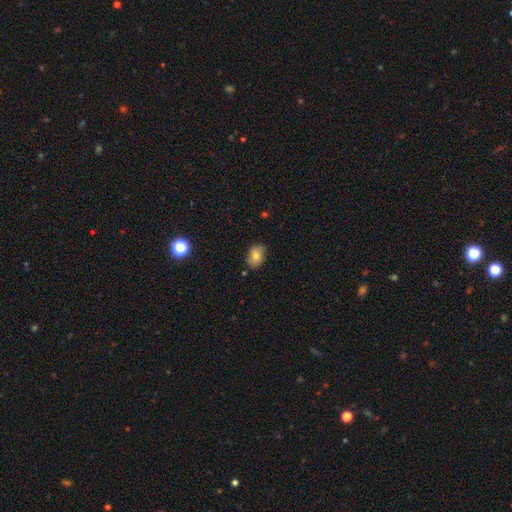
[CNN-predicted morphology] Smooth or featured?
  - smooth: 75% *
  - featured or disk: 15%
  - star or artifact: 11%
How rounded?
  - in between: 67% *
  - round: 31%
  - cigar-shaped: 1%
Merging?
  - none: 81% *
  - minor disturbance: 14%
  - major disturbance: 3%
  - merger: 2%